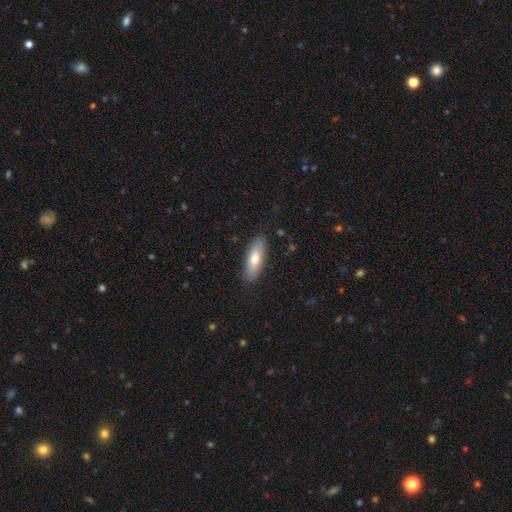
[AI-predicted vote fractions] Morphology: type=smooth (70%); roundness=in between (53%); merging=none (88%).